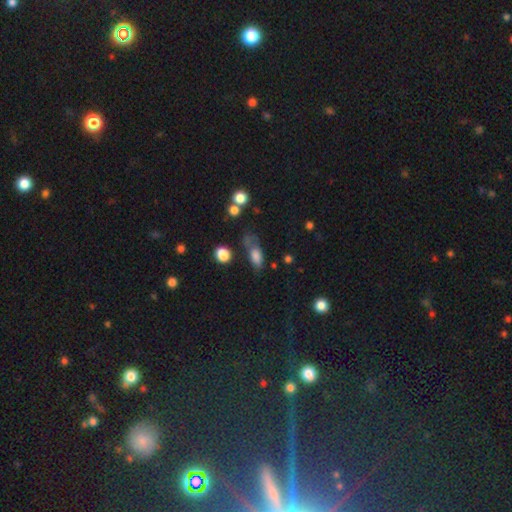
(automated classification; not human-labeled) A smooth galaxy with no disk features (77%) that is in between round and cigar-shaped (77%). Merging: none (42%).